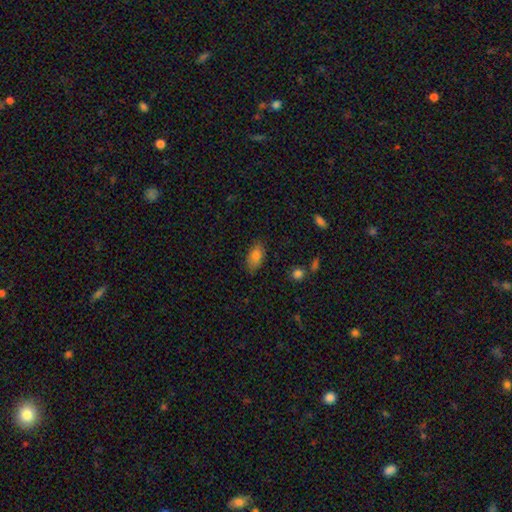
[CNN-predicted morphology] Smooth or featured? Predicted: smooth (p=0.82). How rounded? Predicted: in between (p=0.88). Merging? Predicted: none (p=0.82).